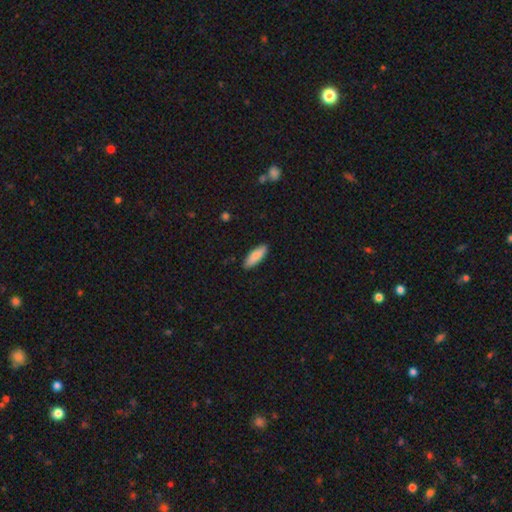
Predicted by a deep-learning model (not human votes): Smooth or featured? Predicted: smooth (p=0.87). How rounded? Predicted: in between (p=0.59). Merging? Predicted: none (p=0.89).